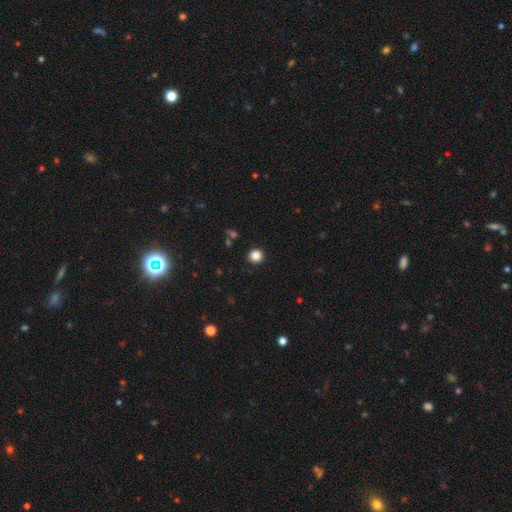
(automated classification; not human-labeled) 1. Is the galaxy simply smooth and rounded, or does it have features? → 85% smooth, 12% star or artifact, 4% featured or disk.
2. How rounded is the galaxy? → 94% round, 5% in between, 1% cigar-shaped.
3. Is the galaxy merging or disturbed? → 92% none, 4% minor disturbance, 2% major disturbance, 1% merger.